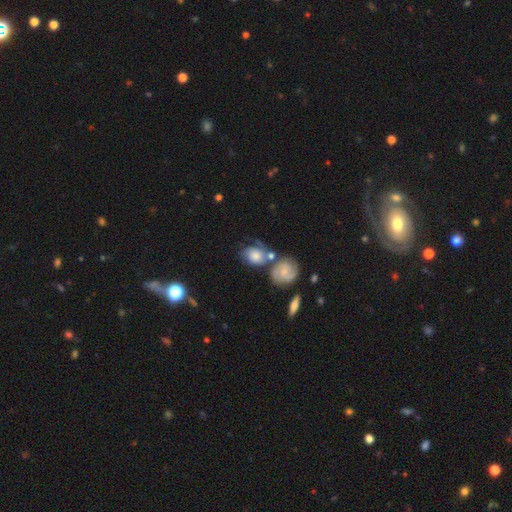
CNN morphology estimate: This appears to be a smooth galaxy with no disk features (48%). Merging: none (41%).